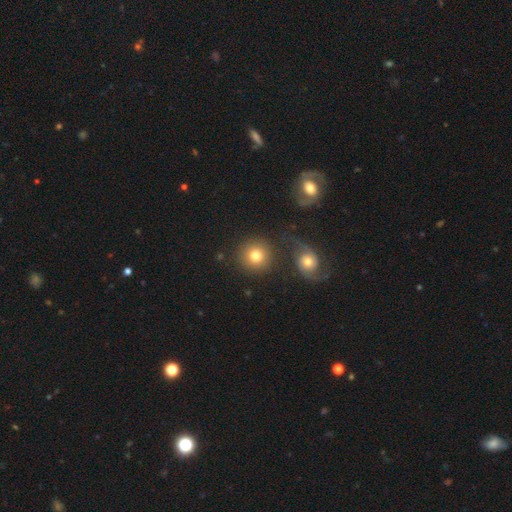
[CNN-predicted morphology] A smooth galaxy with no disk features (77%) that is round (92%). Merging: none (75%).